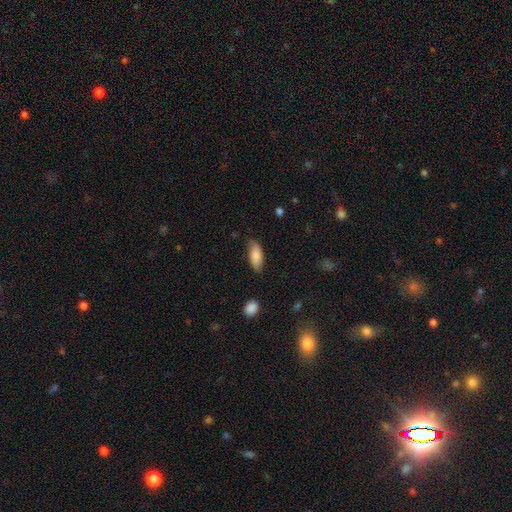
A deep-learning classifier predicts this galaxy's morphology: smooth 83%, featured or disk 10%, star or artifact 6%. Down the decision tree: how rounded — in between (80%); merging — none (74%).